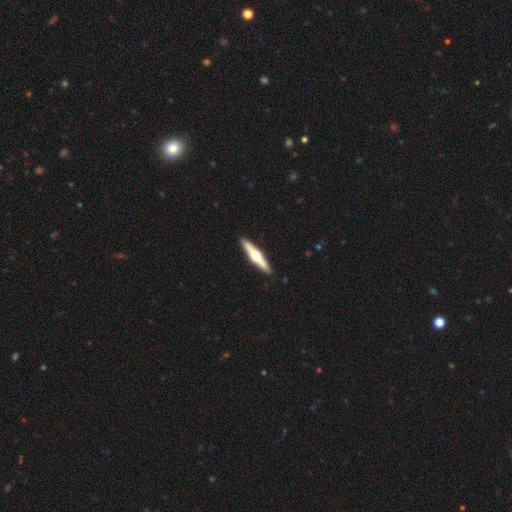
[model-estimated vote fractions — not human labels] smooth-or-featured: featured or disk: 68% | smooth: 28% | star or artifact: 4%
  disk-edge-on: yes: 98% | no: 2%
    edge-on-bulge: rounded: 94% | boxy: 3% | none: 2%
  merging: none: 92% | minor disturbance: 6% | major disturbance: 1% | merger: 1%